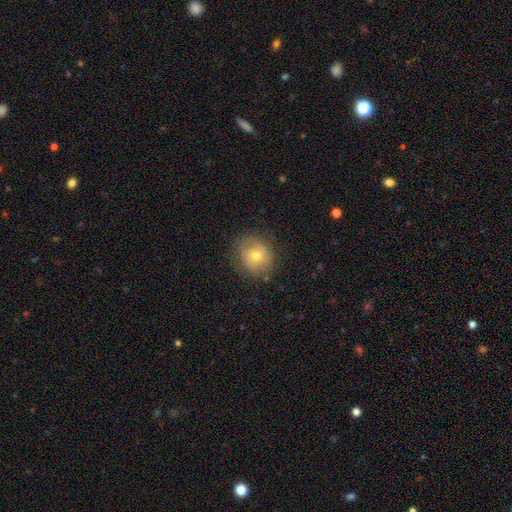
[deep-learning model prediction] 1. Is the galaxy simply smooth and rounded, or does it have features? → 62% smooth, 28% featured or disk, 10% star or artifact.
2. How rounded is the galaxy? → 73% round, 26% in between, 1% cigar-shaped.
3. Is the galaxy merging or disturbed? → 74% none, 18% minor disturbance, 6% major disturbance, 1% merger.